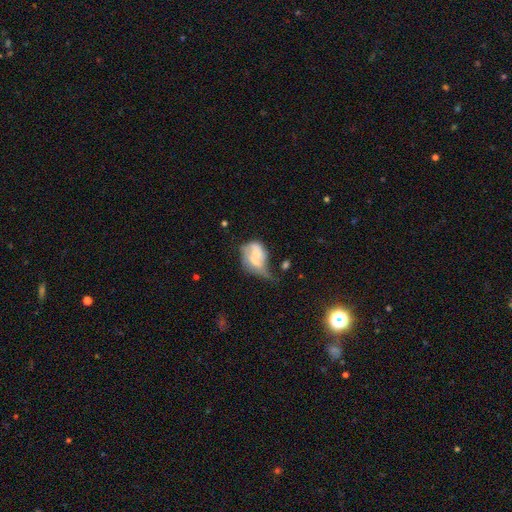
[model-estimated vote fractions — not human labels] Q: Smooth or featured?
A: smooth (46%); runner-up: featured or disk (45%)
Q: Merging?
A: merger (40%); runner-up: major disturbance (28%)